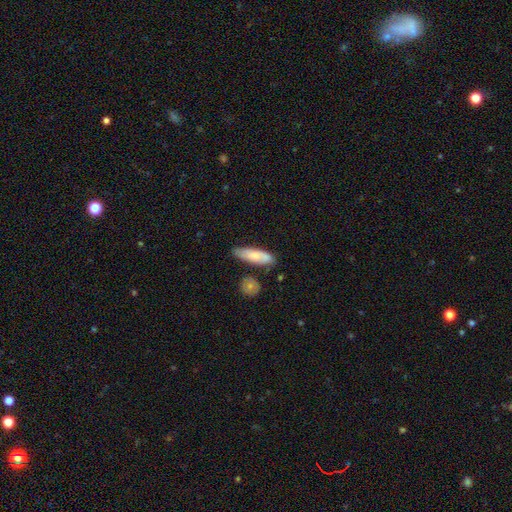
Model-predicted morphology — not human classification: A smooth galaxy with no disk features (70%) that is cigar-shaped (57%). Merging: none (68%).